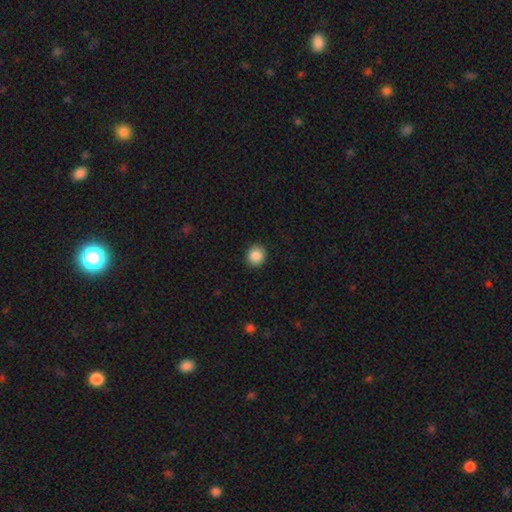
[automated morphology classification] smooth 88%, star or artifact 9%, featured or disk 4%. Down the decision tree: how rounded — round (87%); merging — none (91%).